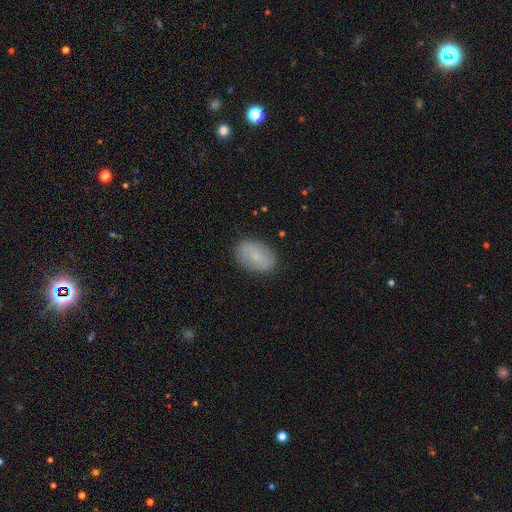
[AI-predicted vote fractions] The model was most divided on "smooth or featured": smooth: 75%, featured or disk: 18%, star or artifact: 7%. More confident: how rounded — in between (88%); merging — none (86%).